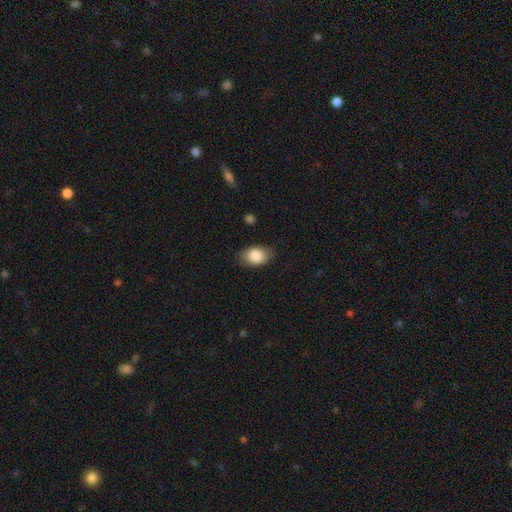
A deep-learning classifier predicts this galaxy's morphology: This is clearly a smooth galaxy (86%). How rounded: clearly in between (86%). Merging: clearly none (81%).